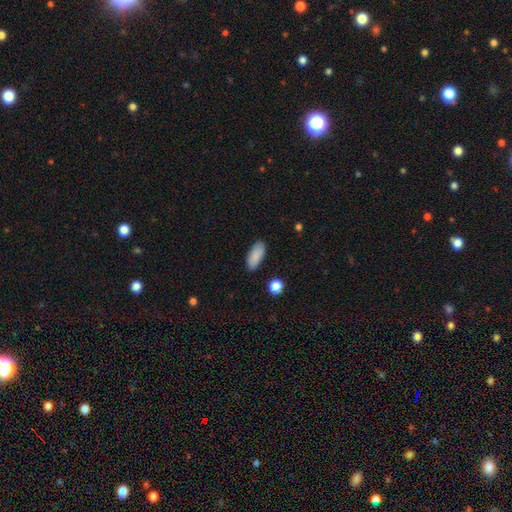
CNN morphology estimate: Smooth or featured? Predicted: smooth (p=0.88). How rounded? Predicted: in between (p=0.84). Merging? Predicted: none (p=0.87).